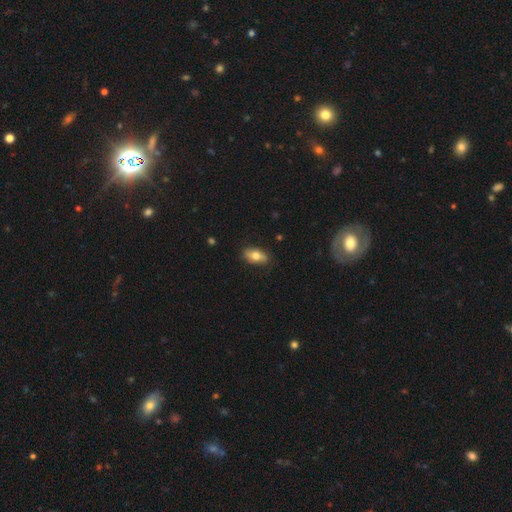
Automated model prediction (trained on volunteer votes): smooth_or_featured: smooth (p=0.73) [alt: featured or disk p=0.20]
how_rounded: in between (p=0.89) [alt: cigar-shaped p=0.06]
merging: none (p=0.82) [alt: minor disturbance p=0.14]